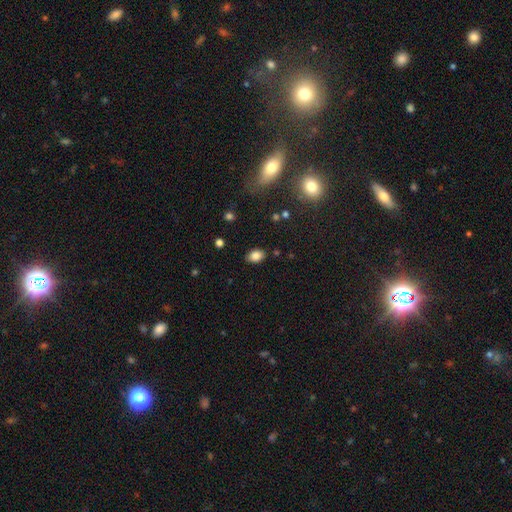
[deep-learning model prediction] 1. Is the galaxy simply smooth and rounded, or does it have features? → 84% smooth, 10% star or artifact, 6% featured or disk.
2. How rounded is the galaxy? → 82% in between, 17% round, 1% cigar-shaped.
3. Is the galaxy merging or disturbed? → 85% none, 11% minor disturbance, 3% major disturbance, 2% merger.